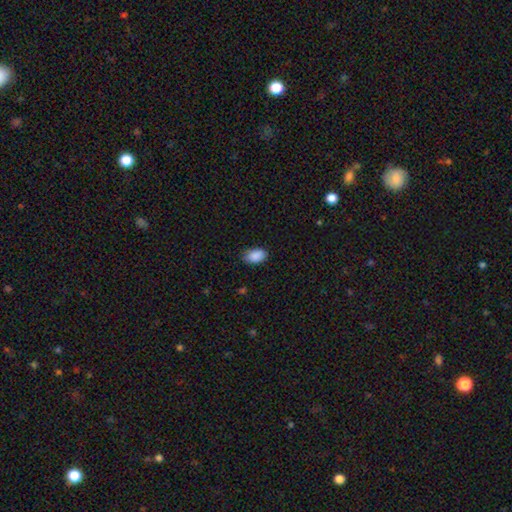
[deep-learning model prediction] Overall: smooth (89%). How rounded: in between (92%). Merging: none (78%).